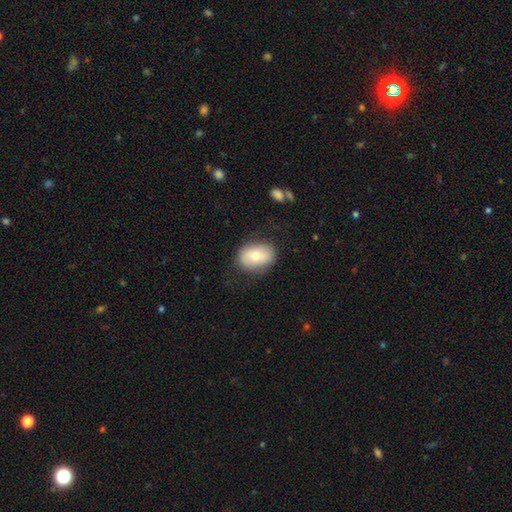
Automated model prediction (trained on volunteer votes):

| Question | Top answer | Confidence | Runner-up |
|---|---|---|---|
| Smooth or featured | smooth | 70% | featured or disk (23%) |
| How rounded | in between | 75% | round (24%) |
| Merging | none | 79% | minor disturbance (15%) |